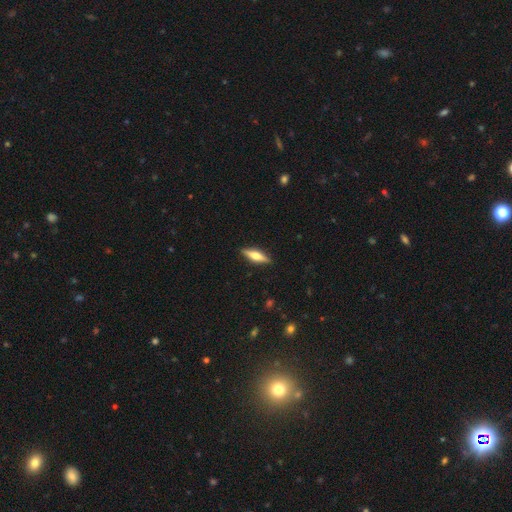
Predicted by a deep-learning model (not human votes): This appears to be a featured or disk galaxy (54%) viewed edge-on (94%) with a rounded central bulge (90%). Merging: none (90%).